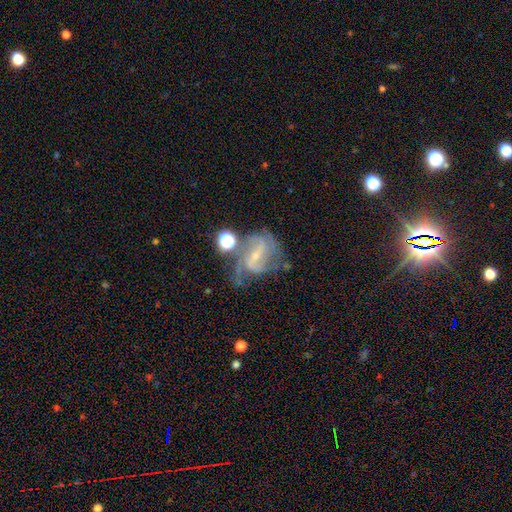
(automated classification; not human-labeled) A featured or disk galaxy (83%) with a weak bar (47%), 2 (41%) medium (49%) spiral arms (94%) and a small central bulge (73%).

Vote fractions:
- Smooth or featured? featured or disk: 83% / star or artifact: 9% / smooth: 8%
- Edge-on disk? no: 97% / yes: 3%
- Bar? weak: 47% / strong: 29% / no: 24%
- Spiral arms? yes: 94% / no: 6%
- Spiral winding? medium: 49% / tight: 26% / loose: 24%
- Spiral arm count? 2: 41% / 3: 24% / can't tell: 20% / 4: 7% / 1: 5% / more than 4: 4%
- Bulge size? small: 73% / moderate: 20% / none: 4% / large: 1% / dominant: 1%
- Merging? none: 48% / minor disturbance: 22% / major disturbance: 20% / merger: 10%